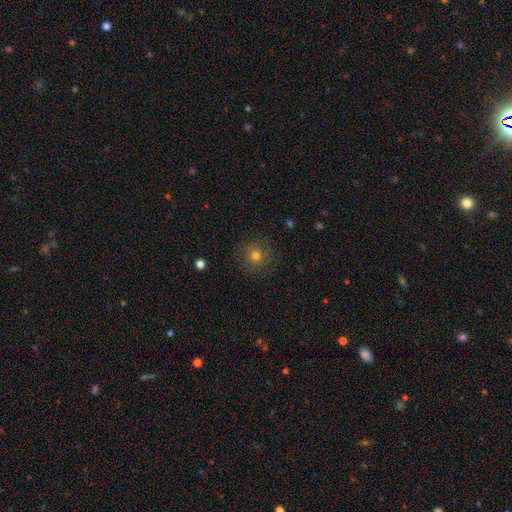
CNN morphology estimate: Smooth or featured? Predicted: smooth (p=0.75). How rounded? Predicted: round (p=0.93). Merging? Predicted: none (p=0.86).